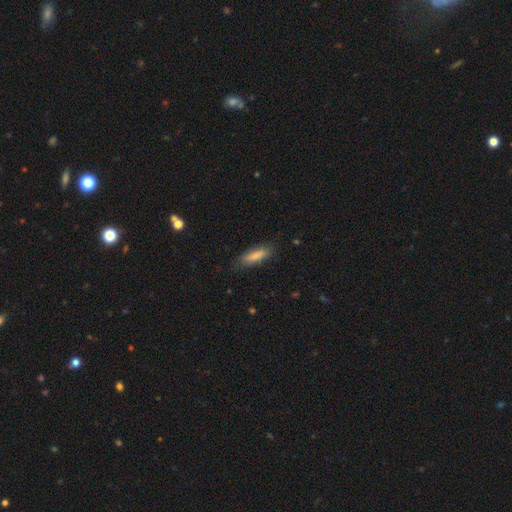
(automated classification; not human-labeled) Smooth or featured?
  - smooth: 82% *
  - featured or disk: 12%
  - star or artifact: 6%
How rounded?
  - cigar-shaped: 56% *
  - in between: 42%
  - round: 2%
Merging?
  - none: 81% *
  - minor disturbance: 14%
  - major disturbance: 3%
  - merger: 1%